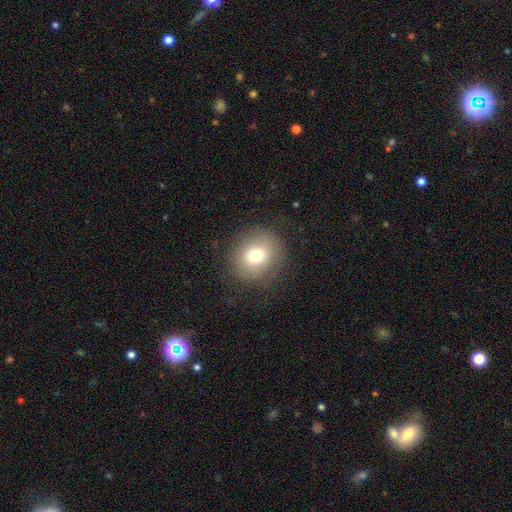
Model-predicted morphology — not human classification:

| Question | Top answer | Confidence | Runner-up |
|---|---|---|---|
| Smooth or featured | smooth | 73% | featured or disk (15%) |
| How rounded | round | 85% | in between (14%) |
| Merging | none | 84% | minor disturbance (10%) |